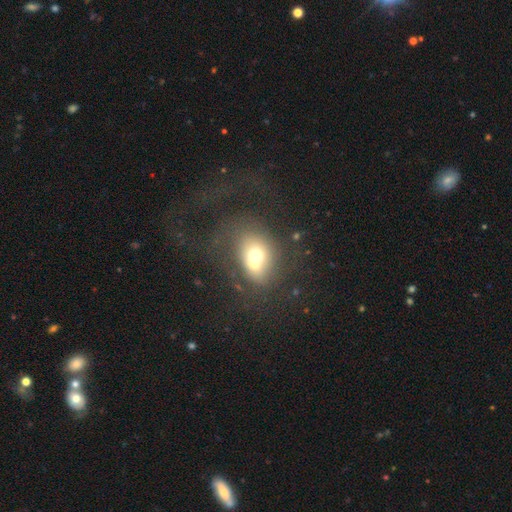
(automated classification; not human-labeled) This appears to be a smooth galaxy with no disk features (59%) that is round (56%). Merging: merger (48%).